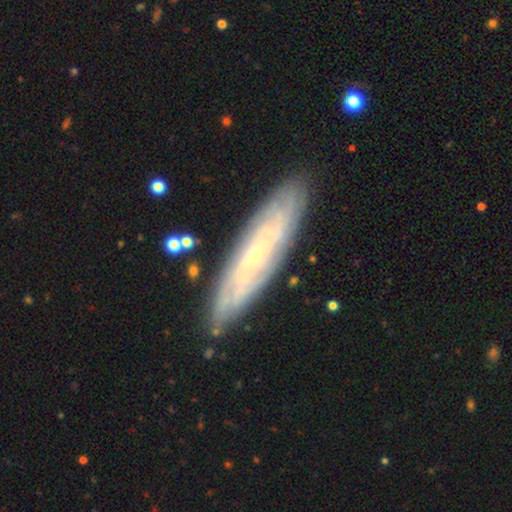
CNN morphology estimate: Q: Smooth or featured?
A: featured or disk (73%); runner-up: smooth (21%)
Q: Edge-on disk?
A: no (67%); runner-up: yes (33%)
Q: Merging?
A: none (86%); runner-up: minor disturbance (11%)